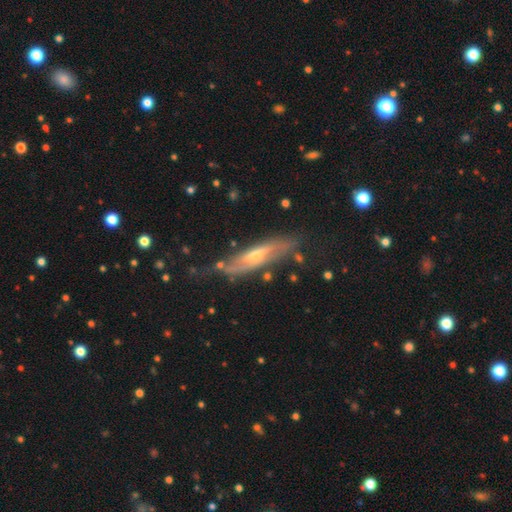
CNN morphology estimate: Overall: featured or disk (67%). Edge-on disk: yes (62%; no 38%). Merging: none (67%).